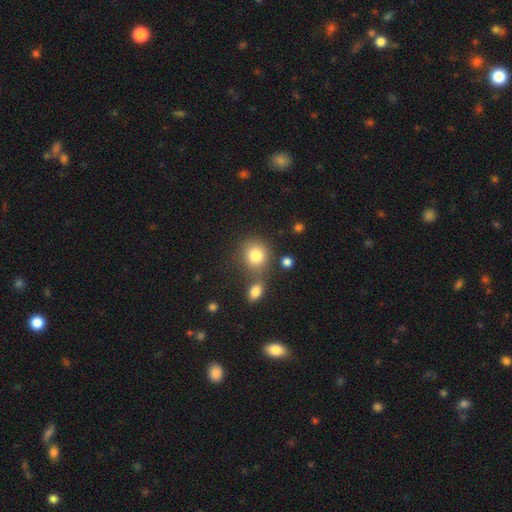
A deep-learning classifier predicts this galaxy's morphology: This is clearly a smooth galaxy (81%). How rounded: clearly round (82%). Merging: possibly none (60%).